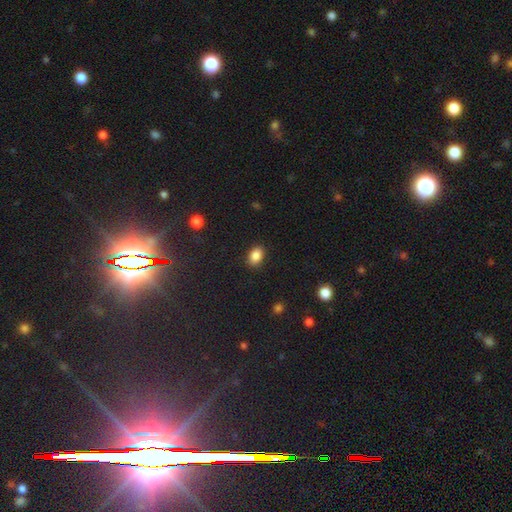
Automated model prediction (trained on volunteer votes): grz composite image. It shows a smooth galaxy with no disk features (87%) that is in between round and cigar-shaped (79%). Merging: none (87%).